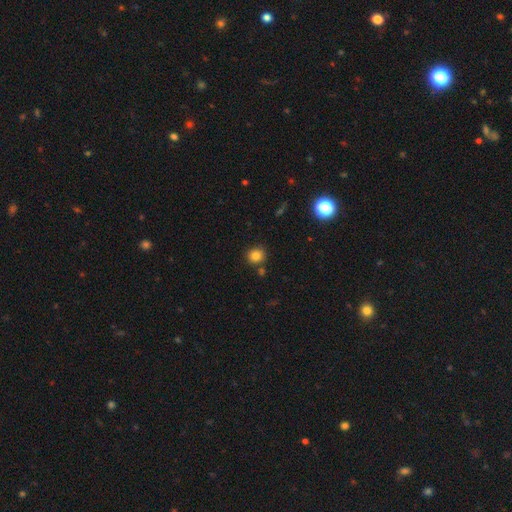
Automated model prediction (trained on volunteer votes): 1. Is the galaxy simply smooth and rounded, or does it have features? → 83% smooth, 12% star or artifact, 5% featured or disk.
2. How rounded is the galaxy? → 87% round, 12% in between, 1% cigar-shaped.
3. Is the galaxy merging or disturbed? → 82% none, 8% minor disturbance, 7% merger, 2% major disturbance.